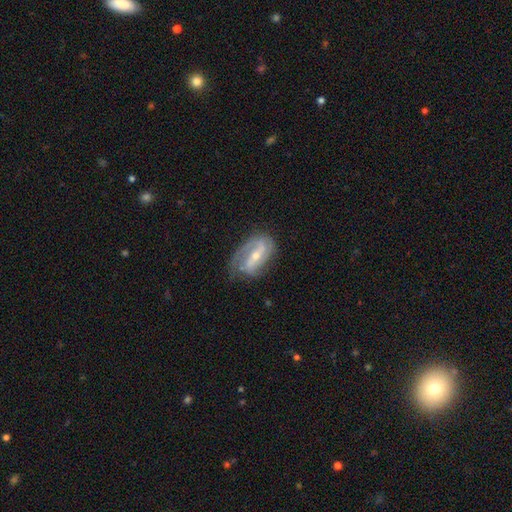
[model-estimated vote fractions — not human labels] featured or disk 83%, smooth 11%, star or artifact 6%. Down the decision tree: edge-on disk — no (94%); bar — strong (49%); spiral arms — yes (91%); spiral arm count — 2 (70%); spiral winding — medium (41%); bulge size — small (54%); merging — none (62%).